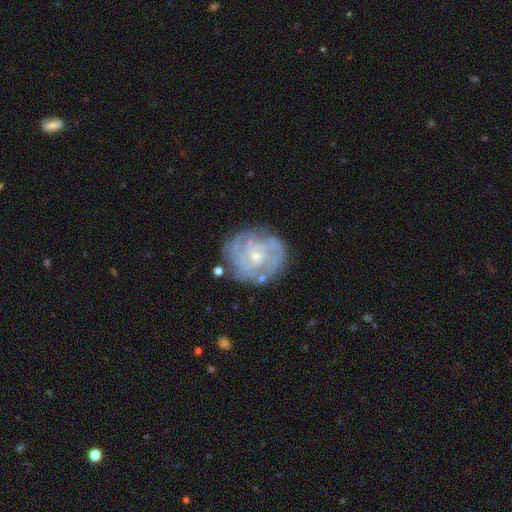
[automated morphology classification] Smooth or featured?
  - featured or disk: 82% *
  - smooth: 11%
  - star or artifact: 7%
Edge-on disk?
  - no: 98% *
  - yes: 2%
Bar?
  - no: 73% *
  - weak: 23%
  - strong: 4%
Spiral arms?
  - yes: 92% *
  - no: 8%
Spiral winding?
  - tight: 69% *
  - medium: 25%
  - loose: 6%
Spiral arm count?
  - can't tell: 34% *
  - 3: 21%
  - 4: 18%
  - 2: 14%
  - more than 4: 7%
  - 1: 6%
Bulge size?
  - small: 65% *
  - moderate: 32%
  - none: 2%
  - large: 1%
  - dominant: 1%
Merging?
  - none: 78% *
  - minor disturbance: 15%
  - major disturbance: 5%
  - merger: 2%